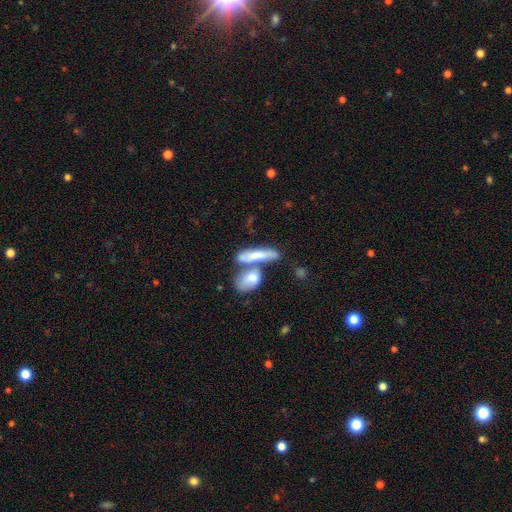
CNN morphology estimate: smooth 67%, featured or disk 27%, star or artifact 6%. Down the decision tree: how rounded — cigar-shaped (56%); merging — merger (47%).